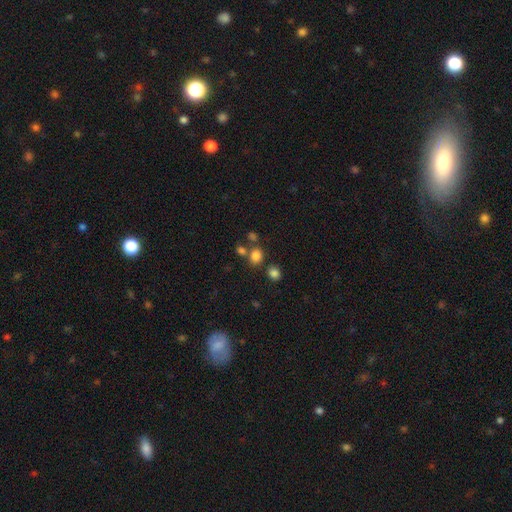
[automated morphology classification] smooth_or_featured: smooth (p=0.80) [alt: star or artifact p=0.15]
how_rounded: round (p=0.64) [alt: in between p=0.35]
merging: none (p=0.65) [alt: merger p=0.21]